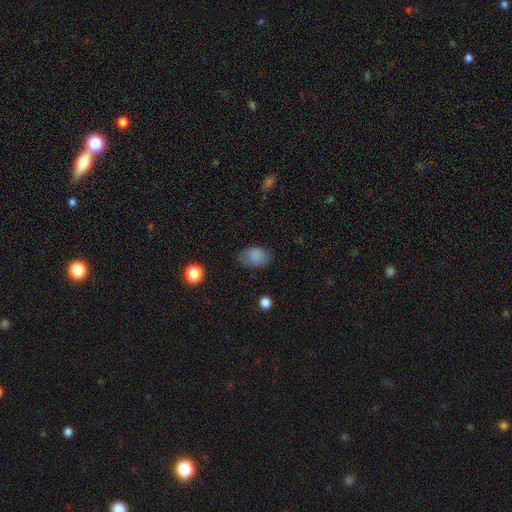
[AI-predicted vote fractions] This appears to be a smooth galaxy with no disk features (84%) that is in between round and cigar-shaped (83%). Merging: none (75%).